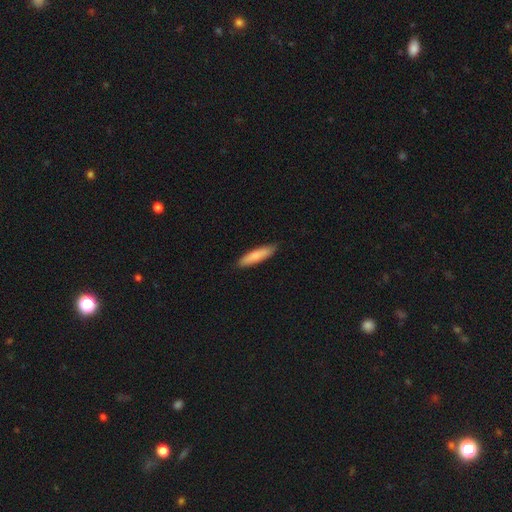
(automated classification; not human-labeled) smooth 81%, featured or disk 14%, star or artifact 5%. Down the decision tree: how rounded — cigar-shaped (75%); merging — none (87%).